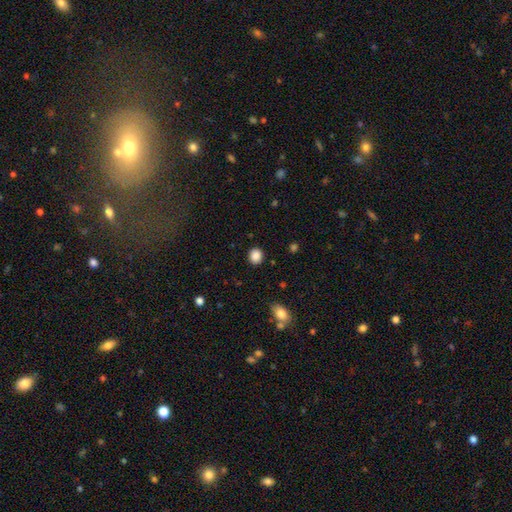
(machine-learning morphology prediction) Smooth or featured?
  - smooth: 87% *
  - star or artifact: 10%
  - featured or disk: 3%
How rounded?
  - round: 76% *
  - in between: 23%
  - cigar-shaped: 1%
Merging?
  - none: 89% *
  - minor disturbance: 7%
  - major disturbance: 2%
  - merger: 1%